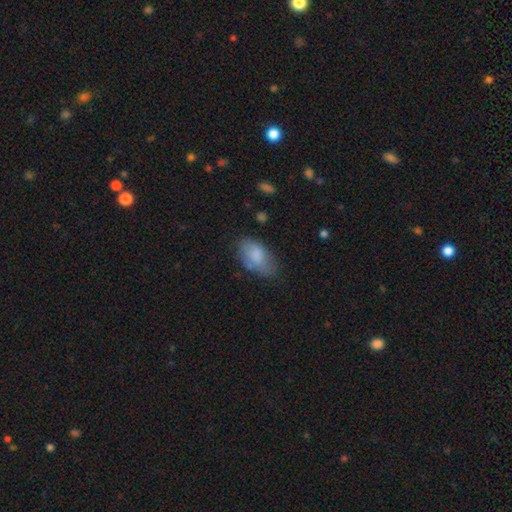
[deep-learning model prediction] Smooth or featured: smooth — 79% (featured or disk — 14%)
How rounded: in between — 93% (round — 5%)
Merging: none — 60% (minor disturbance — 29%)